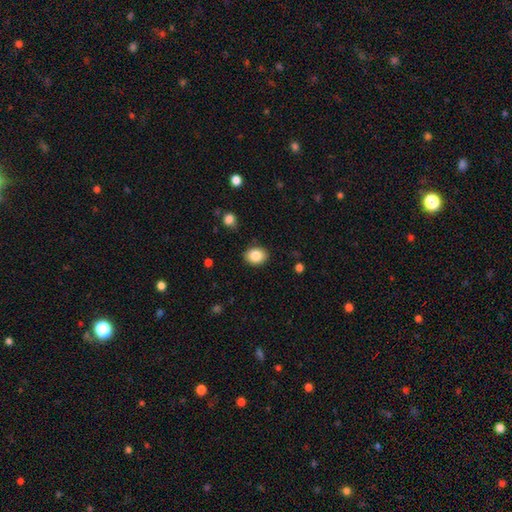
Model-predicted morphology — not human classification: Smooth or featured? smooth (85%)
How rounded? in between (58%)
Merging? none (88%)